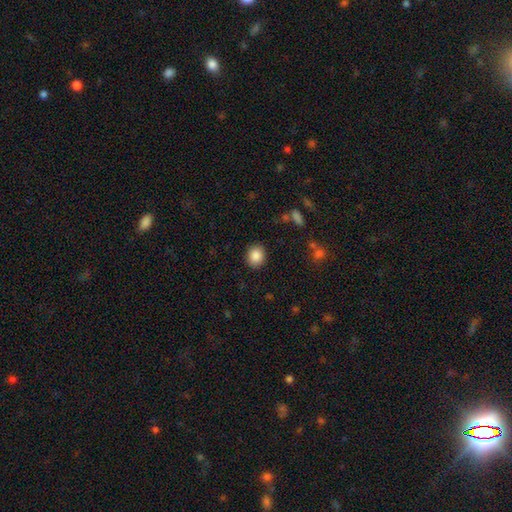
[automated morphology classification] type=smooth (86%); roundness=round (72%); merging=none (89%).